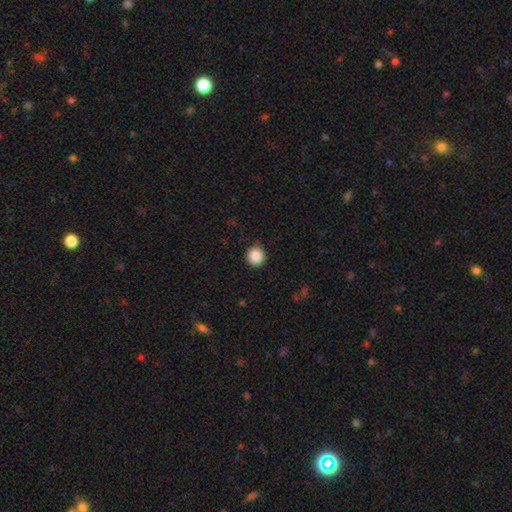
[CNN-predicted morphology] The model was most divided on "smooth or featured": smooth: 88%, star or artifact: 9%, featured or disk: 3%. More confident: how rounded — round (94%); merging — none (90%).